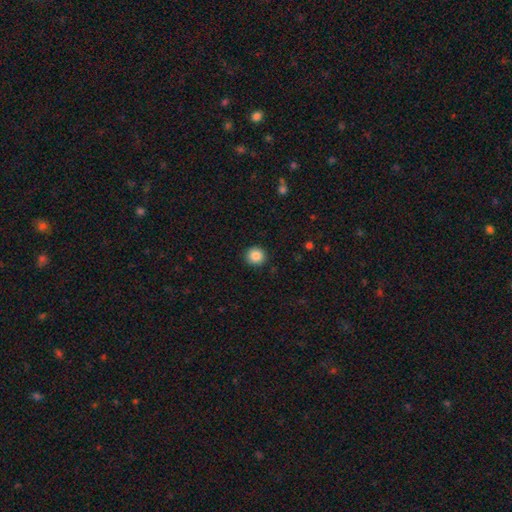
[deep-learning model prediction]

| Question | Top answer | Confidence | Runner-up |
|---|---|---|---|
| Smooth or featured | smooth | 87% | star or artifact (9%) |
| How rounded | round | 92% | in between (7%) |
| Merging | none | 92% | minor disturbance (5%) |